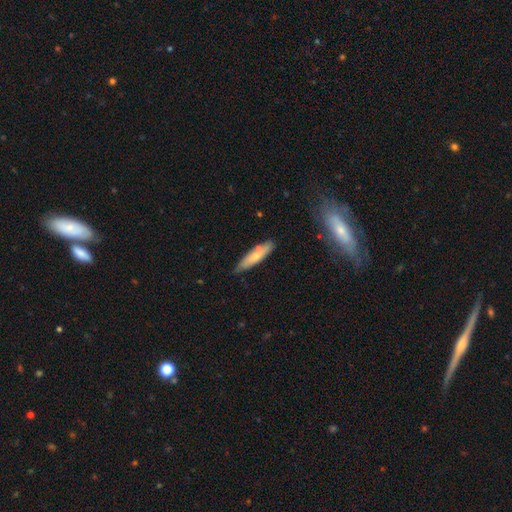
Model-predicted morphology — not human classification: smooth 63%, featured or disk 31%, star or artifact 6%. Down the decision tree: how rounded — cigar-shaped (72%); merging — none (70%).